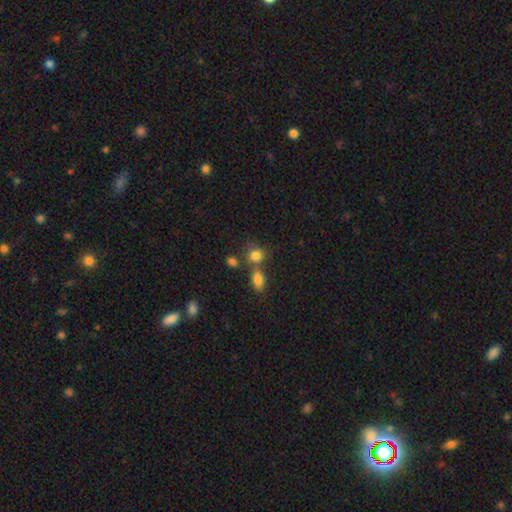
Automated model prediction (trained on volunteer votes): smooth 81%, star or artifact 11%, featured or disk 8%. Down the decision tree: how rounded — round (55%); merging — none (48%).